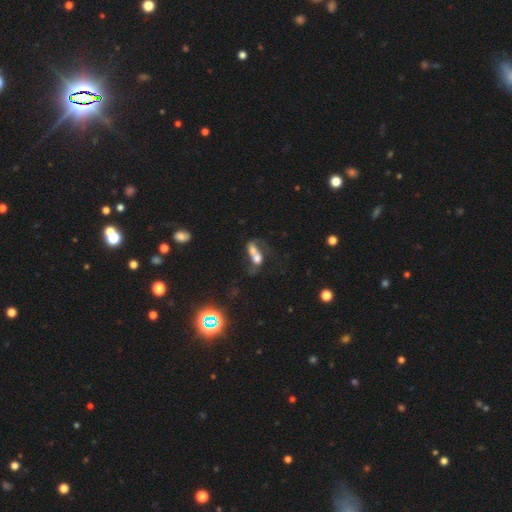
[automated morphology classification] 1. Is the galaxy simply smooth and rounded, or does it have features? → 48% smooth, 35% featured or disk, 16% star or artifact.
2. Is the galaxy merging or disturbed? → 72% merger, 12% major disturbance, 11% none, 6% minor disturbance.